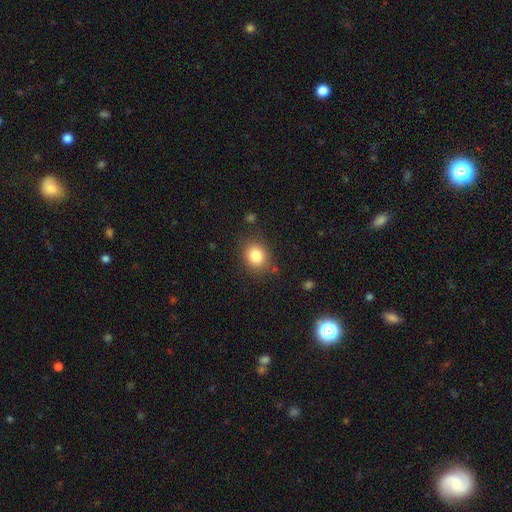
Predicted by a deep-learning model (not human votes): Morphology: type=smooth (83%); roundness=round (59%); merging=none (81%).